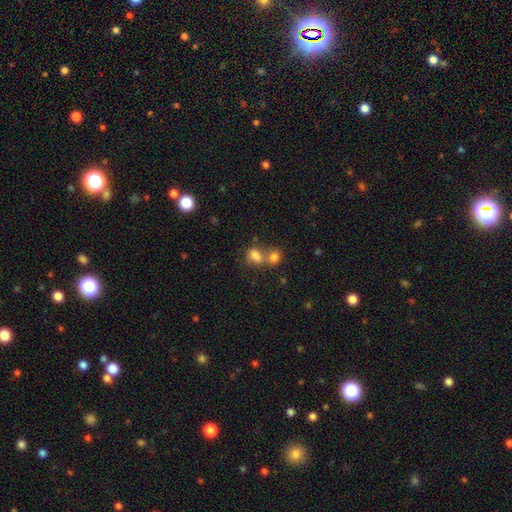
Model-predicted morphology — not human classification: Smooth or featured: smooth — 79% (star or artifact — 12%)
How rounded: in between — 72% (round — 27%)
Merging: merger — 56% (none — 30%)